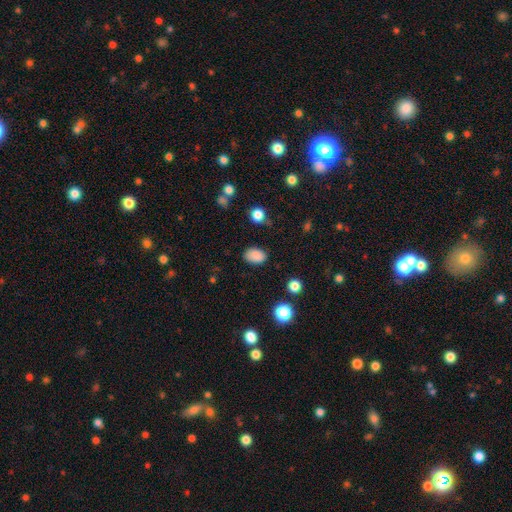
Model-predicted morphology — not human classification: This is clearly a smooth galaxy (86%). How rounded: clearly in between (86%). Merging: clearly none (83%).